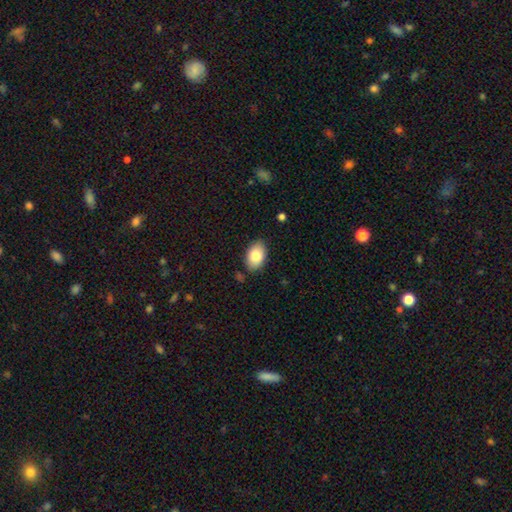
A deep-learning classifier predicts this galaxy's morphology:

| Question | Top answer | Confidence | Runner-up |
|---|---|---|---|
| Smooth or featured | smooth | 83% | featured or disk (10%) |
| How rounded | in between | 90% | round (9%) |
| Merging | none | 84% | minor disturbance (12%) |